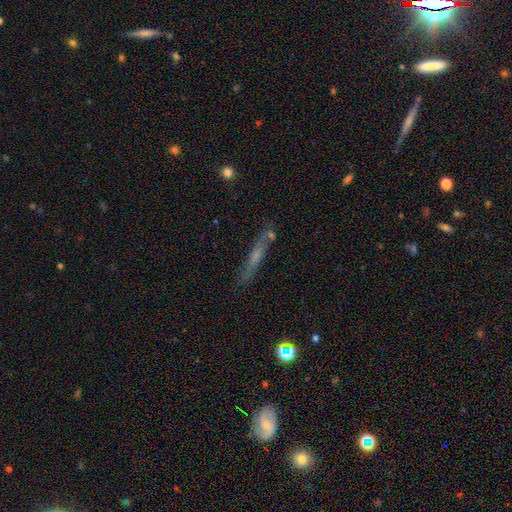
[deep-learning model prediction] smooth_or_featured: featured or disk (p=0.48) [alt: smooth p=0.40]
merging: none (p=0.77) [alt: minor disturbance p=0.14]